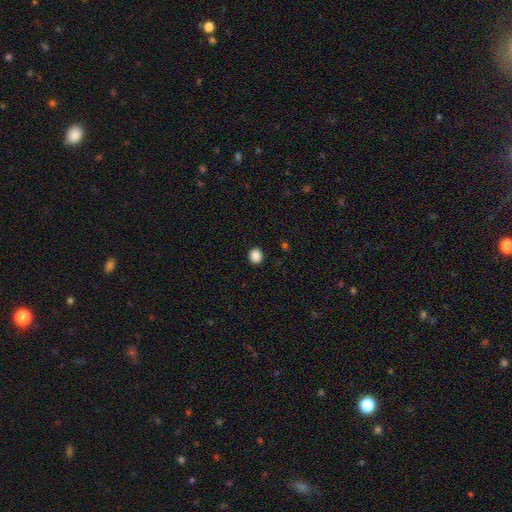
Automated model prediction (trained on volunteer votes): Smooth or featured? Predicted: smooth (p=0.88). How rounded? Predicted: round (p=0.77). Merging? Predicted: none (p=0.92).